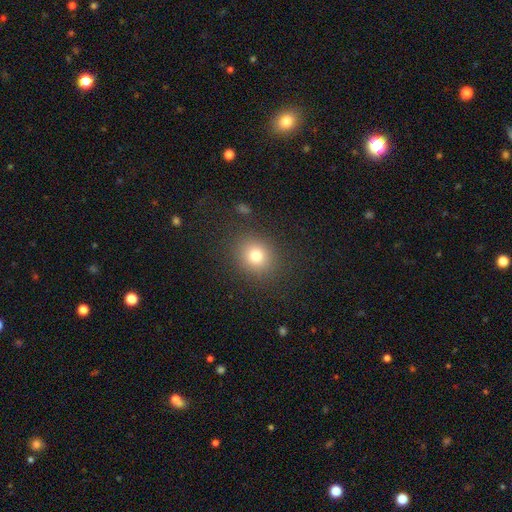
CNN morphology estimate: smooth 77%, star or artifact 14%, featured or disk 9%. Down the decision tree: how rounded — round (79%); merging — none (87%).